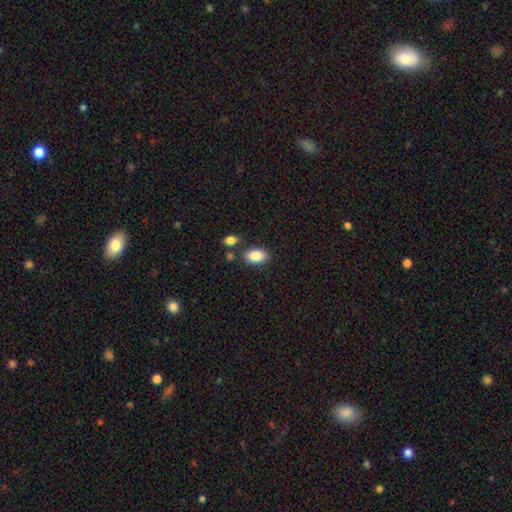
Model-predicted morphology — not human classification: Smooth or featured?
  - smooth: 87% *
  - star or artifact: 7%
  - featured or disk: 5%
How rounded?
  - in between: 89% *
  - round: 10%
  - cigar-shaped: 1%
Merging?
  - none: 77% *
  - minor disturbance: 11%
  - merger: 9%
  - major disturbance: 3%